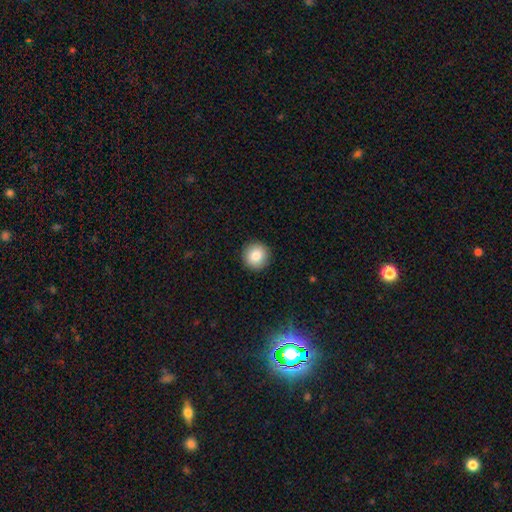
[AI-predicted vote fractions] Smooth or featured? smooth (84%)
How rounded? round (95%)
Merging? none (92%)